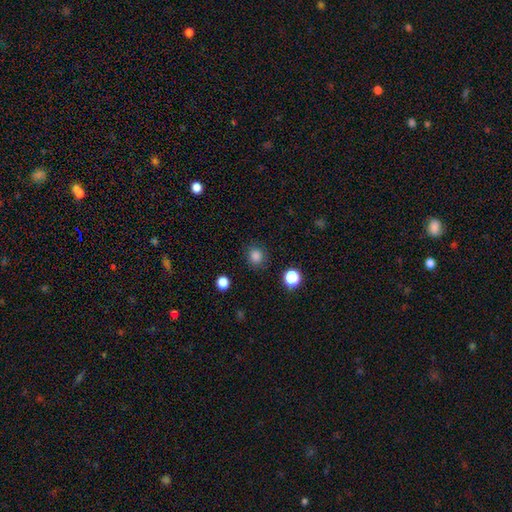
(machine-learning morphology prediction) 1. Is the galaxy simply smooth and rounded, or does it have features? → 83% smooth, 13% star or artifact, 4% featured or disk.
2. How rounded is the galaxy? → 89% round, 10% in between, 1% cigar-shaped.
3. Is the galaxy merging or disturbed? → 87% none, 8% minor disturbance, 3% major disturbance, 2% merger.